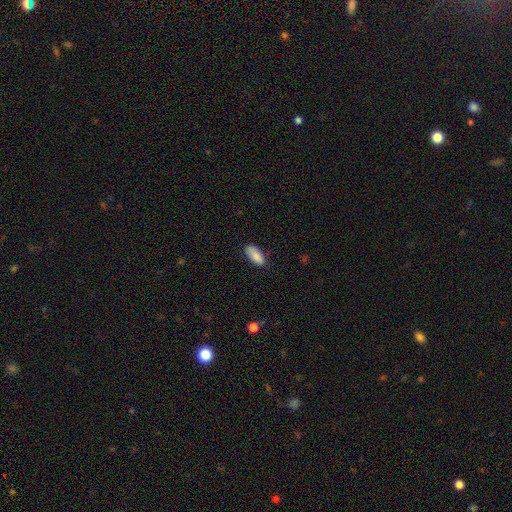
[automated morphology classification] Smooth or featured? Predicted: smooth (p=0.88). How rounded? Predicted: in between (p=0.85). Merging? Predicted: none (p=0.79).